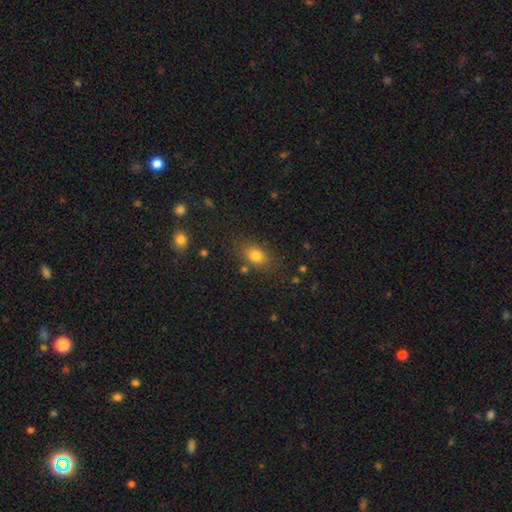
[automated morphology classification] Smooth or featured? smooth (78%)
How rounded? in between (75%)
Merging? none (77%)